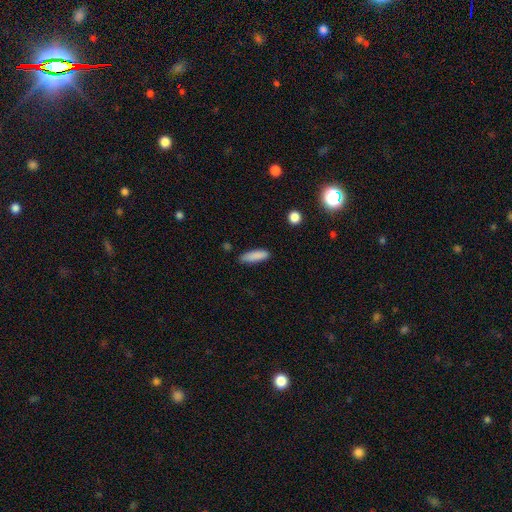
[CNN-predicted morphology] smooth_or_featured: smooth (p=0.87) [alt: star or artifact p=0.07]
how_rounded: cigar-shaped (p=0.57) [alt: in between p=0.41]
merging: none (p=0.83) [alt: minor disturbance p=0.13]